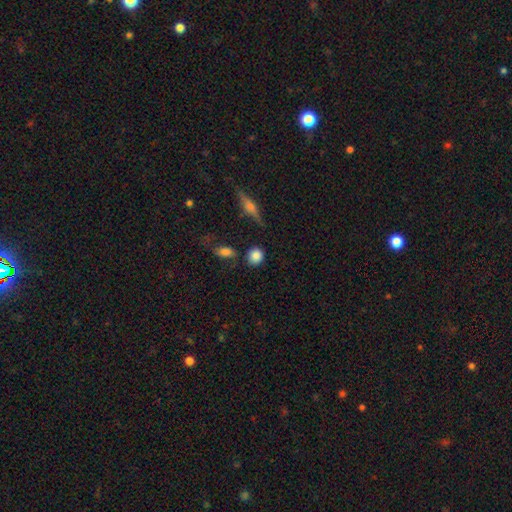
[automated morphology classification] smooth_or_featured: smooth (p=0.83) [alt: featured or disk p=0.09]
how_rounded: round (p=0.85) [alt: in between p=0.13]
merging: none (p=0.78) [alt: minor disturbance p=0.12]